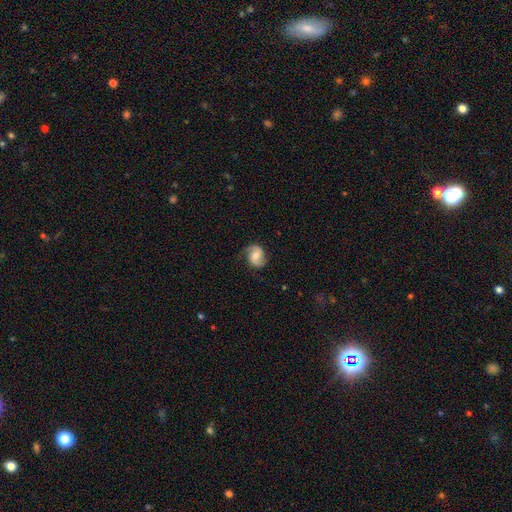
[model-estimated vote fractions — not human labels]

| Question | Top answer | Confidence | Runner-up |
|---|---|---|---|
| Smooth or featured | featured or disk | 61% | smooth (31%) |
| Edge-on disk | no | 97% | yes (3%) |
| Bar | no | 56% | weak (35%) |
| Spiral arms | yes | 93% | no (7%) |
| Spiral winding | medium | 44% | loose (33%) |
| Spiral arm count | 2 | 88% | can't tell (5%) |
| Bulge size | moderate | 58% | small (27%) |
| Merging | none | 76% | minor disturbance (17%) |